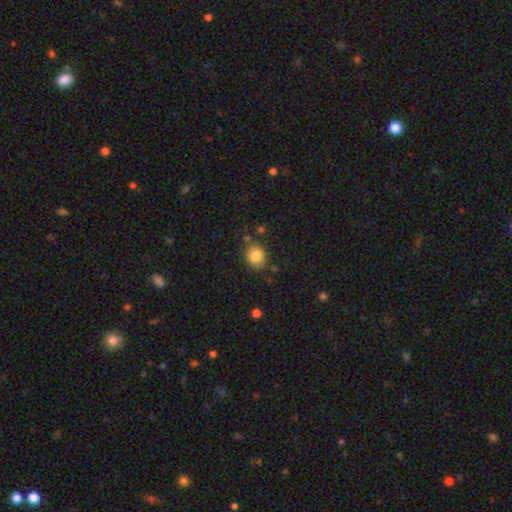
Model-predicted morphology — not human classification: smooth 83%, star or artifact 10%, featured or disk 8%. Down the decision tree: how rounded — round (66%); merging — none (79%).